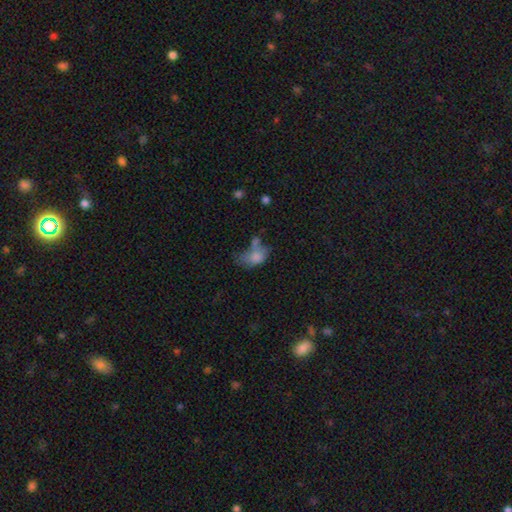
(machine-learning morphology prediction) Overall: smooth (70%). How rounded: in between (83%). Merging: merger (31%; major disturbance 28%).